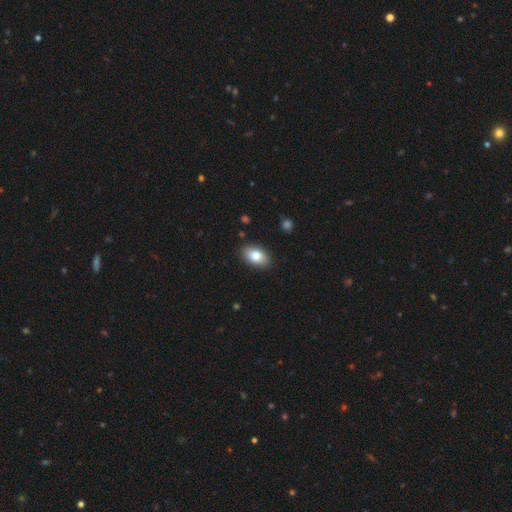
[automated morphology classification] A smooth galaxy with no disk features (81%) that is in between round and cigar-shaped (90%).

Vote fractions:
- Smooth or featured? smooth: 81% / featured or disk: 12% / star or artifact: 7%
- How rounded? in between: 90% / round: 8% / cigar-shaped: 1%
- Merging? none: 88% / minor disturbance: 8% / major disturbance: 2% / merger: 1%